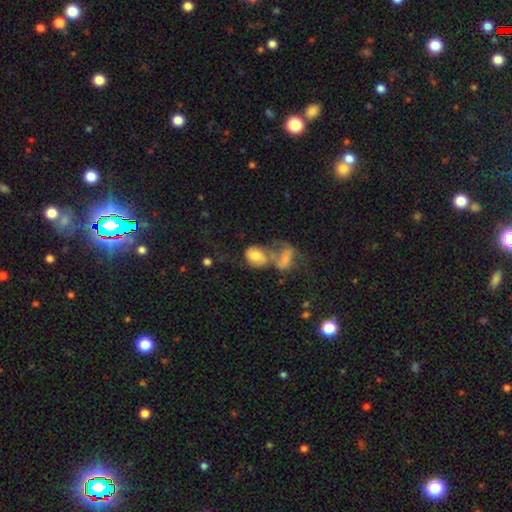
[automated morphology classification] This appears to be a smooth galaxy with no disk features (57%) that is in between round and cigar-shaped (72%). Merging: merger (64%).